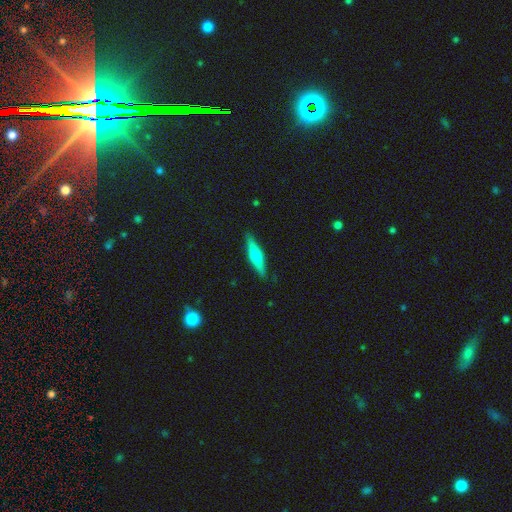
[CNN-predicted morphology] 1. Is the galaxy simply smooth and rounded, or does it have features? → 49% smooth, 45% featured or disk, 6% star or artifact.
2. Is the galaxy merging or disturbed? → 89% none, 8% minor disturbance, 2% major disturbance, 1% merger.